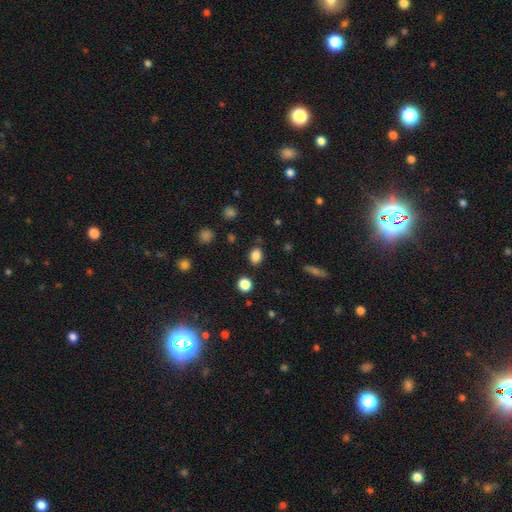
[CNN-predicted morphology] smooth_or_featured: smooth (p=0.84) [alt: star or artifact p=0.11]
how_rounded: in between (p=0.66) [alt: round p=0.33]
merging: none (p=0.83) [alt: minor disturbance p=0.11]